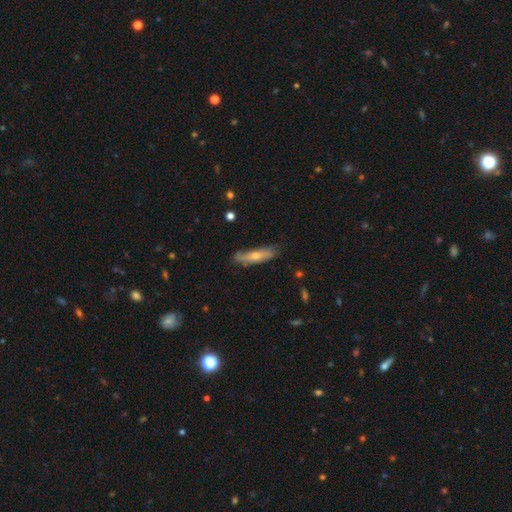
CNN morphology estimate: Smooth or featured: smooth — 49% (featured or disk — 44%)
Merging: none — 74% (minor disturbance — 21%)